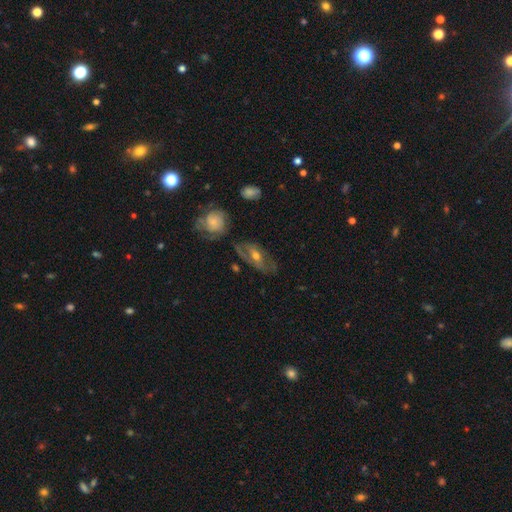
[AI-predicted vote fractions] Smooth or featured? featured or disk (59%)
Edge-on disk? no (84%)
Merging? none (65%)